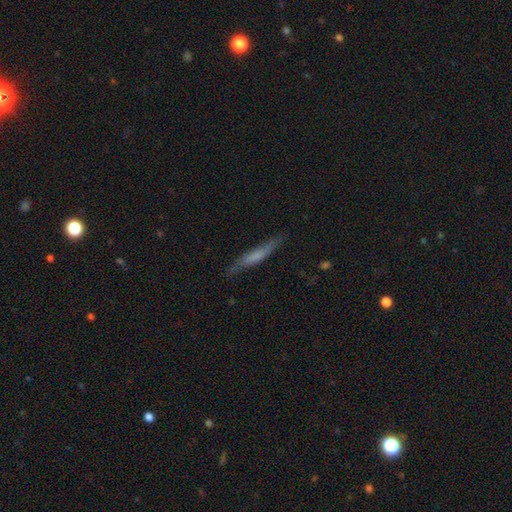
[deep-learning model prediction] Smooth or featured: smooth — 50% (featured or disk — 43%)
Merging: none — 77% (minor disturbance — 17%)